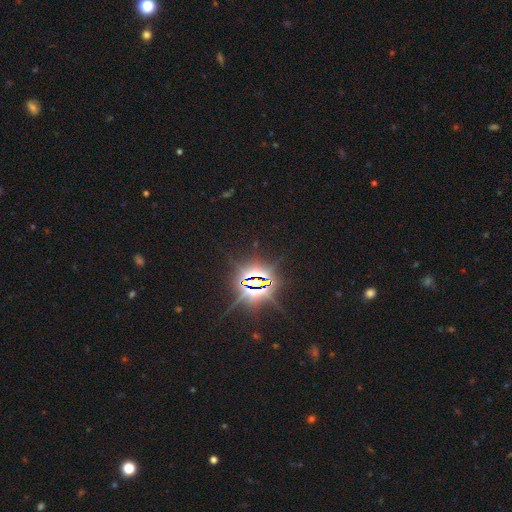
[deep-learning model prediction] smooth_or_featured: star or artifact (p=0.85) [alt: smooth p=0.09]